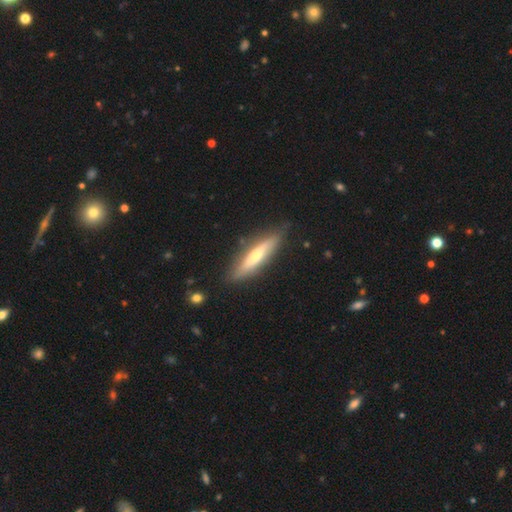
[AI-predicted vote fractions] This appears to be a smooth galaxy with no disk features (49%). Merging: none (82%).